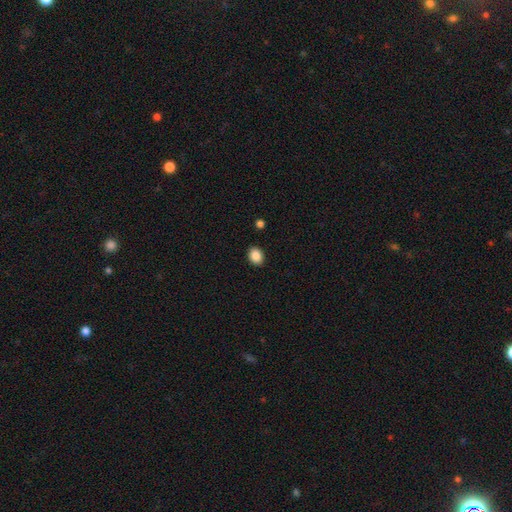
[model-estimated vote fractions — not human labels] smooth_or_featured: smooth (p=0.88) [alt: star or artifact p=0.09]
how_rounded: in between (p=0.57) [alt: round p=0.42]
merging: none (p=0.89) [alt: minor disturbance p=0.07]